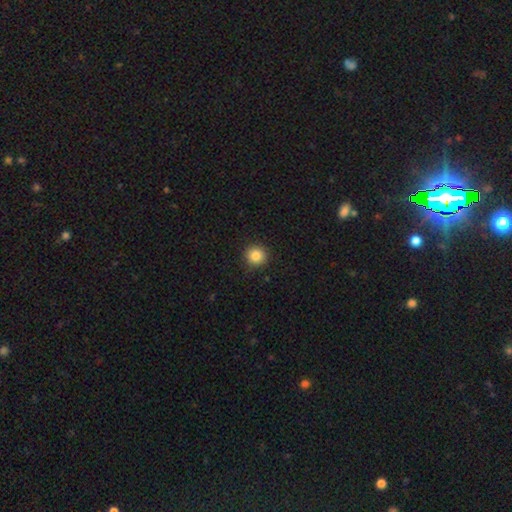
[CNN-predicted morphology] Overall: smooth (85%). How rounded: round (95%). Merging: none (91%).